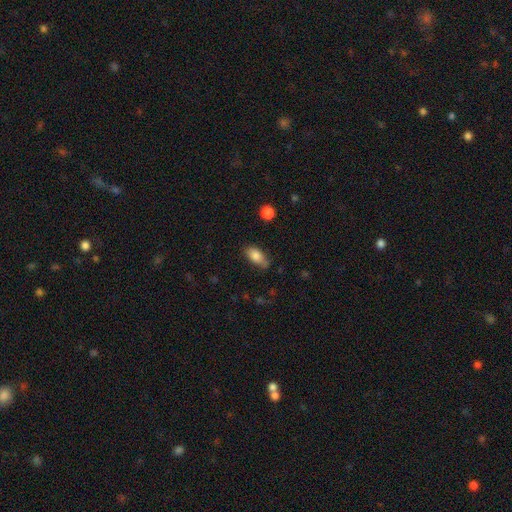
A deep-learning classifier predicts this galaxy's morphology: type=smooth (82%); roundness=in between (88%); merging=none (70%).